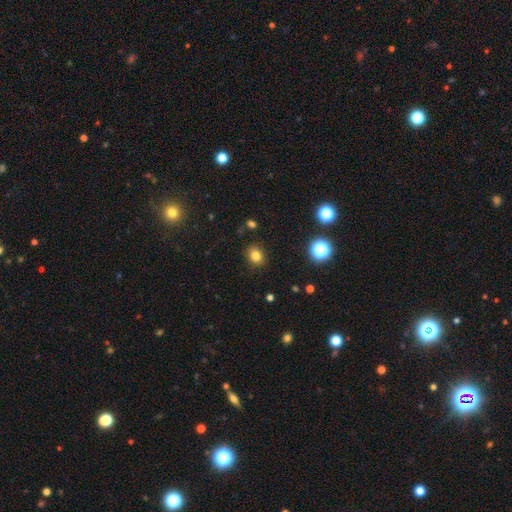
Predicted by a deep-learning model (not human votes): A smooth galaxy with no disk features (81%) that is round (57%). Merging: none (88%).